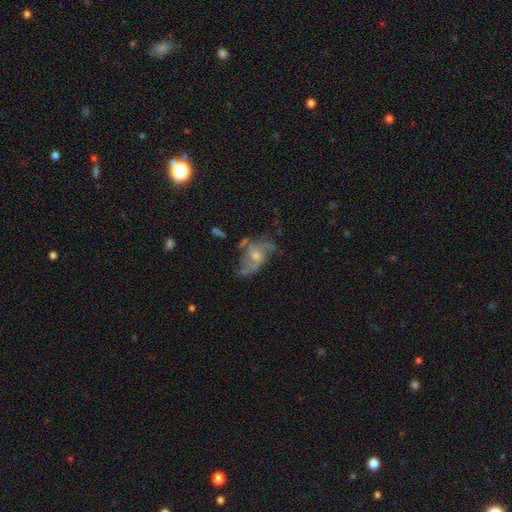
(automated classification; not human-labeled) This appears to be a featured or disk galaxy (74%) with no bar (63%), 2 (50%) loose (52%) spiral arms (84%) and a small central bulge (50%). Merging: none (51%).